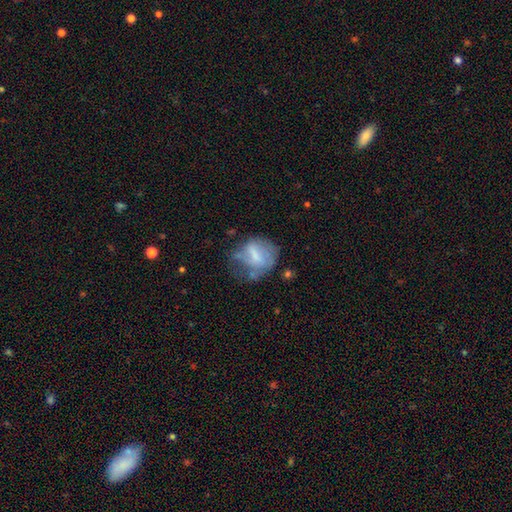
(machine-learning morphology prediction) Overall: smooth (49%; featured or disk 41%). Merging: none (33%; major disturbance 31%).